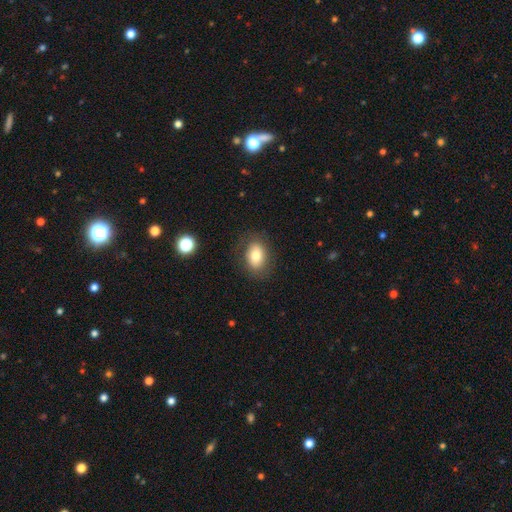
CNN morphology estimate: A smooth galaxy with no disk features (78%) that is in between round and cigar-shaped (80%).

Vote fractions:
- Smooth or featured? smooth: 78% / featured or disk: 13% / star or artifact: 9%
- How rounded? in between: 80% / round: 19% / cigar-shaped: 1%
- Merging? none: 82% / minor disturbance: 12% / major disturbance: 5% / merger: 1%